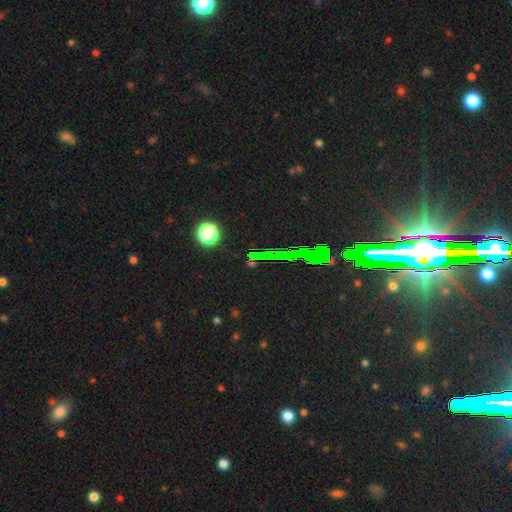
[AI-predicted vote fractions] Overall: star or artifact (72%).